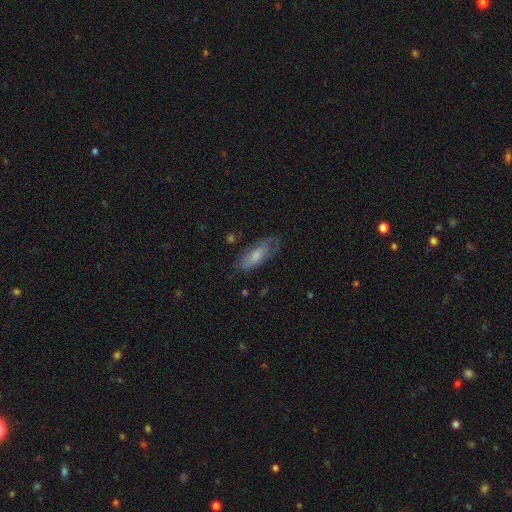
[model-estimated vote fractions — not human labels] A smooth galaxy with no disk features (62%) that is in between round and cigar-shaped (71%).

Vote fractions:
- Smooth or featured? smooth: 62% / featured or disk: 31% / star or artifact: 7%
- How rounded? in between: 71% / cigar-shaped: 27% / round: 2%
- Merging? none: 57% / minor disturbance: 28% / major disturbance: 13% / merger: 2%